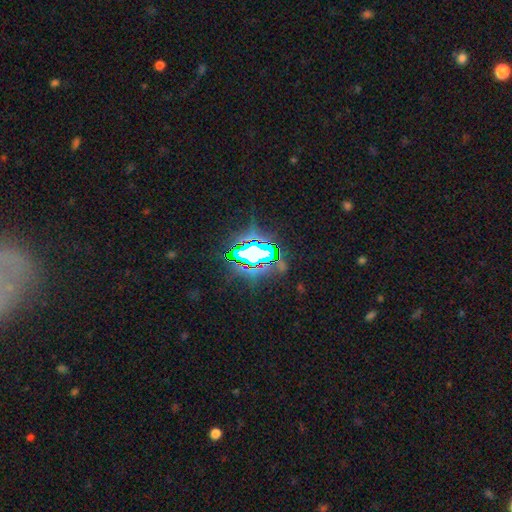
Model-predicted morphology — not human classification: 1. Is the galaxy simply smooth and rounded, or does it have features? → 72% star or artifact, 14% smooth, 13% featured or disk.